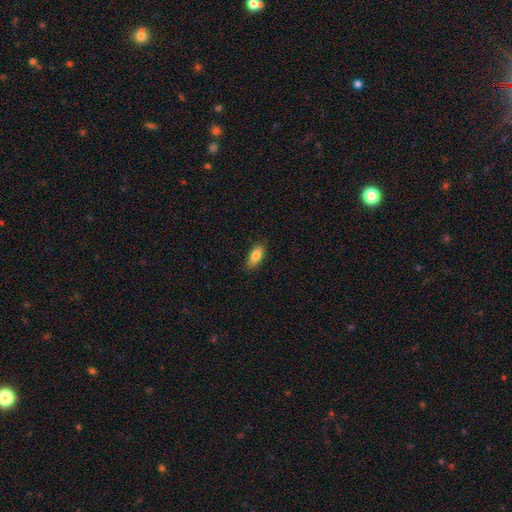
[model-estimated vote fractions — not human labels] Q: Smooth or featured?
A: smooth (81%); runner-up: featured or disk (12%)
Q: How rounded?
A: in between (85%); runner-up: cigar-shaped (11%)
Q: Merging?
A: none (85%); runner-up: minor disturbance (12%)